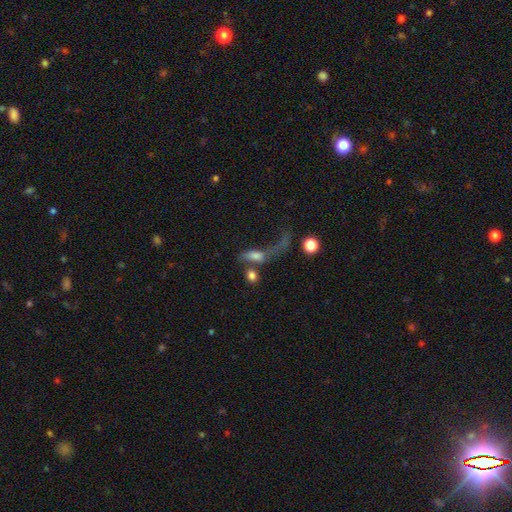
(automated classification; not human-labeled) This appears to be a smooth galaxy with no disk features (57%) that is in between round and cigar-shaped (67%). Merging: major disturbance (35%).